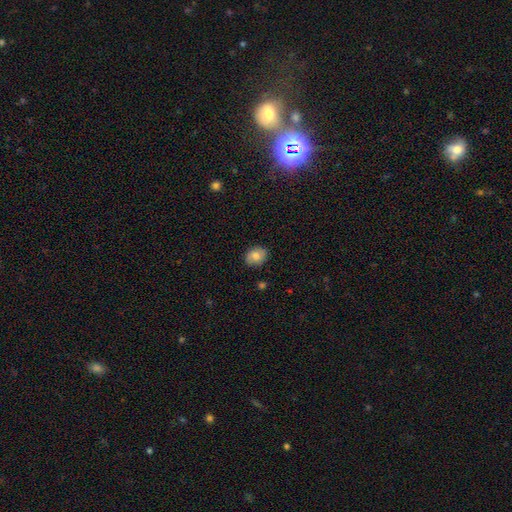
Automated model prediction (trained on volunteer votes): Smooth or featured?
  - smooth: 77% *
  - featured or disk: 15%
  - star or artifact: 8%
How rounded?
  - in between: 51% *
  - round: 48%
  - cigar-shaped: 1%
Merging?
  - none: 85% *
  - minor disturbance: 12%
  - major disturbance: 2%
  - merger: 1%